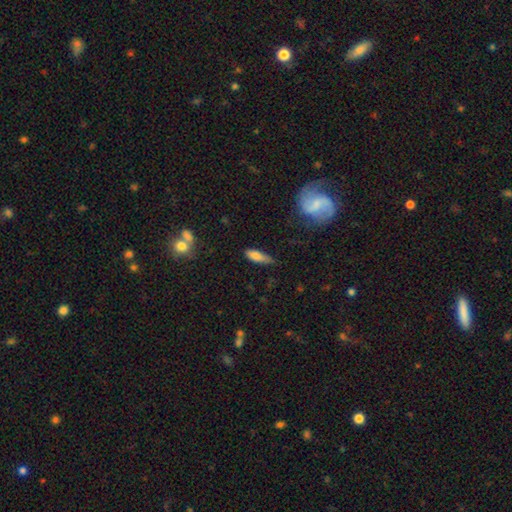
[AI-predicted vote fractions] Morphology: type=smooth (77%); roundness=in between (58%); merging=none (58%).